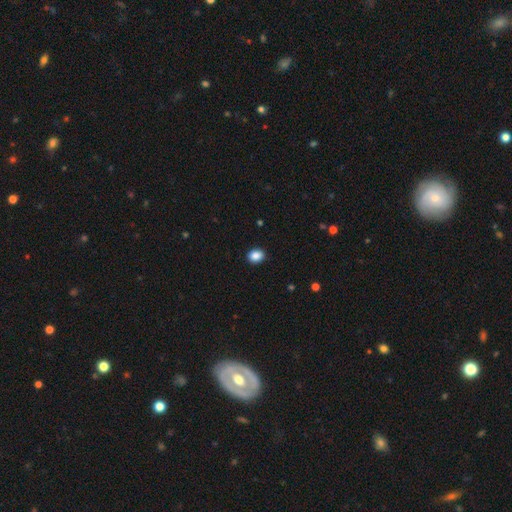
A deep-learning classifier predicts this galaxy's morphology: smooth 88%, star or artifact 9%, featured or disk 3%. Down the decision tree: how rounded — in between (53%); merging — none (90%).